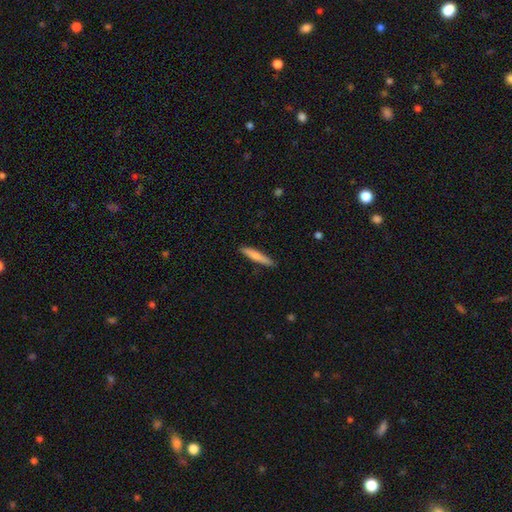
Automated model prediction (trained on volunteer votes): smooth 72%, featured or disk 22%, star or artifact 5%. Down the decision tree: how rounded — cigar-shaped (91%); merging — none (88%).